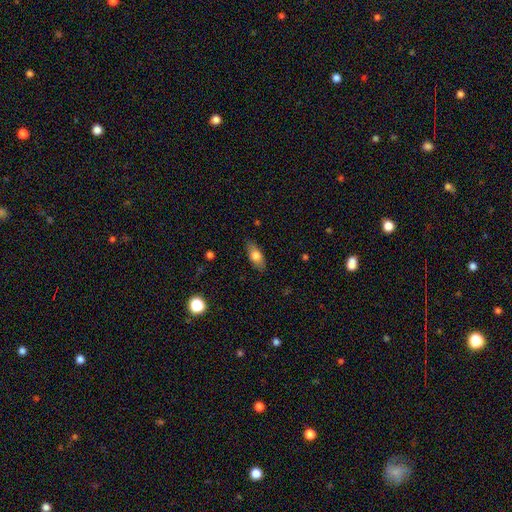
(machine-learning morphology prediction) This appears to be a smooth galaxy with no disk features (74%) that is in between round and cigar-shaped (82%). Merging: none (84%).